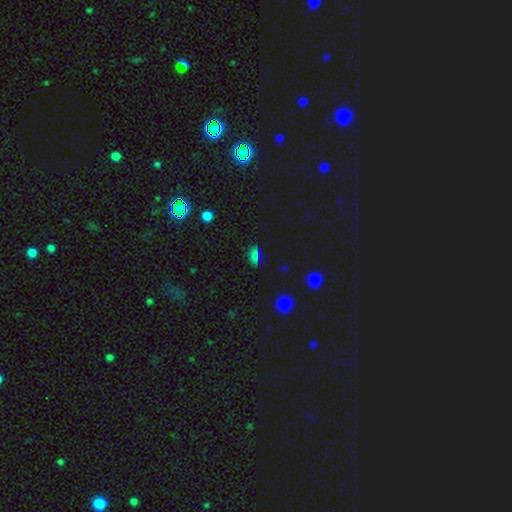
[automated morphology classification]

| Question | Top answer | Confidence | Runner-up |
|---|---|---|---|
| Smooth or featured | smooth | 63% | star or artifact (30%) |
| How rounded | in between | 77% | cigar-shaped (12%) |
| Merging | none | 80% | minor disturbance (14%) |